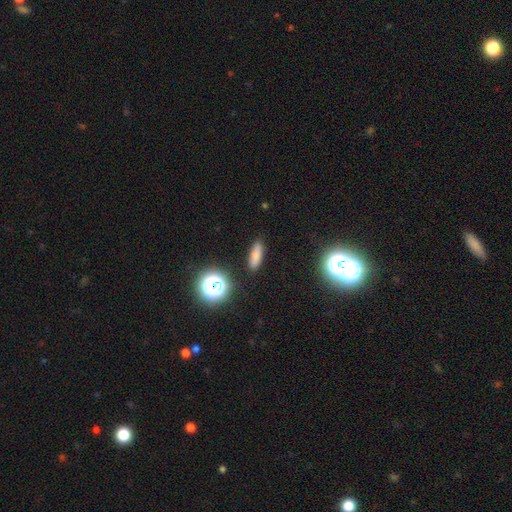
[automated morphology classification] A smooth galaxy with no disk features (75%) that is cigar-shaped (49%).

Vote fractions:
- Smooth or featured? smooth: 75% / star or artifact: 15% / featured or disk: 10%
- How rounded? cigar-shaped: 49% / in between: 43% / round: 8%
- Merging? none: 87% / minor disturbance: 8% / major disturbance: 2% / merger: 2%